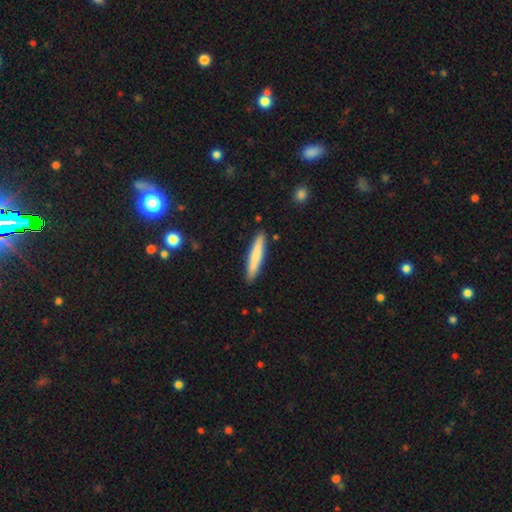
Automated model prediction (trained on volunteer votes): A smooth galaxy with no disk features (74%) that is cigar-shaped (92%).

Vote fractions:
- Smooth or featured? smooth: 74% / featured or disk: 20% / star or artifact: 5%
- How rounded? cigar-shaped: 92% / in between: 7% / round: 1%
- Merging? none: 90% / minor disturbance: 7% / major disturbance: 1% / merger: 1%